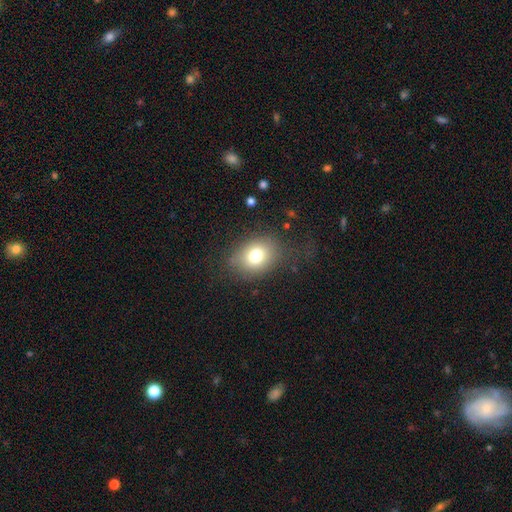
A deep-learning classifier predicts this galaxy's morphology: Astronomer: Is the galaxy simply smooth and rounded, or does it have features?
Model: smooth — 76%.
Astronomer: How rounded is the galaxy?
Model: in between — 60% (runner-up: round, 39%).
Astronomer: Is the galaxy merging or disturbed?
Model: none — 73%.